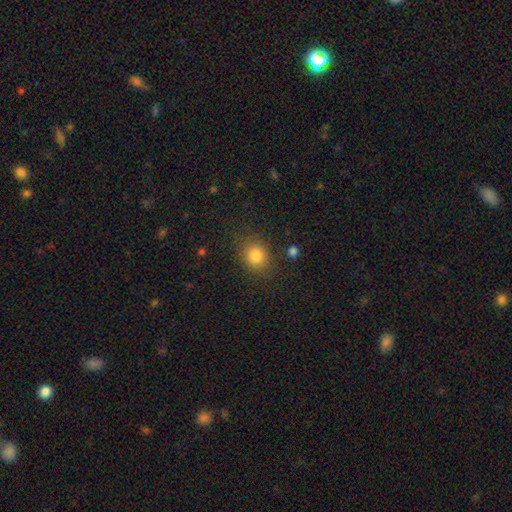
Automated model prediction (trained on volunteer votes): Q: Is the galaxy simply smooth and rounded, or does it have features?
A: smooth — 83%.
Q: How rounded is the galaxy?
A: round — 67%.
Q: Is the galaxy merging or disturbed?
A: none — 81%.